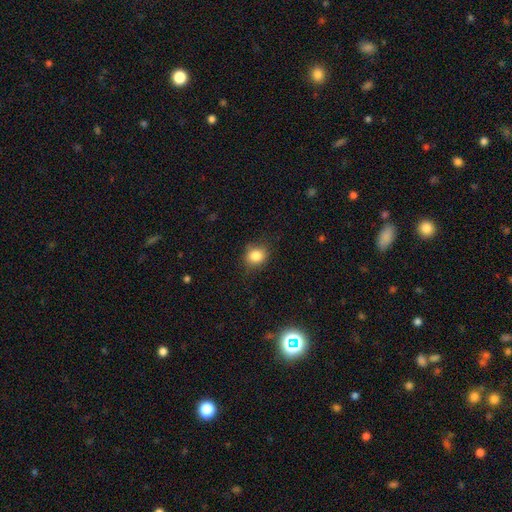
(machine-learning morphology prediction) A smooth galaxy with no disk features (84%) that is round (71%). Merging: none (79%).